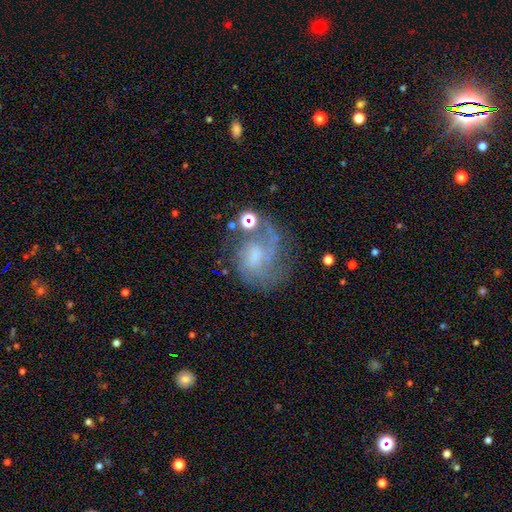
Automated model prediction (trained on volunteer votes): A featured or disk galaxy (63%) with no bar (62%), spiral arms (76%) and no central bulge (33%).

Vote fractions:
- Smooth or featured? featured or disk: 63% / smooth: 24% / star or artifact: 13%
- Edge-on disk? no: 97% / yes: 3%
- Bar? no: 62% / weak: 33% / strong: 6%
- Spiral arms? yes: 76% / no: 24%
- Bulge size? none: 33% / moderate: 31% / small: 26% / large: 8% / dominant: 2%
- Merging? none: 42% / major disturbance: 30% / minor disturbance: 20% / merger: 8%